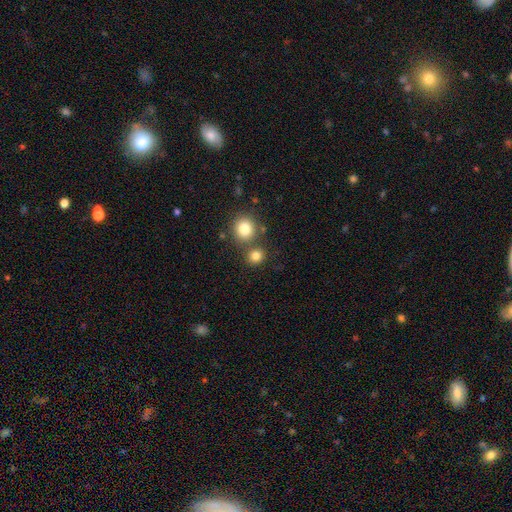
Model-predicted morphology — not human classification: smooth 81%, star or artifact 13%, featured or disk 7%. Down the decision tree: how rounded — round (85%); merging — none (68%).